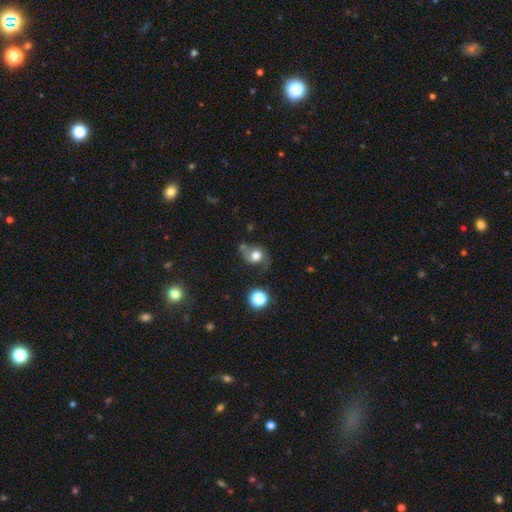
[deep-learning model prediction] This appears to be a smooth galaxy with no disk features (58%) that is round (53%). Merging: none (44%).